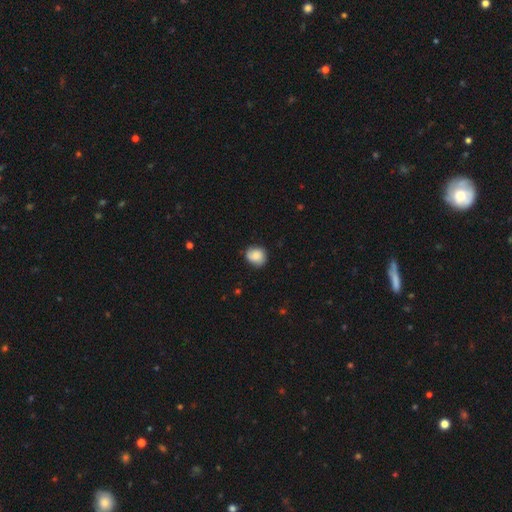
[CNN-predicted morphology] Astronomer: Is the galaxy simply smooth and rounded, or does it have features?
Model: smooth — 78%.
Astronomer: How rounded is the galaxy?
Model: round — 73%.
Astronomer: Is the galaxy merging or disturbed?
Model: none — 74%.